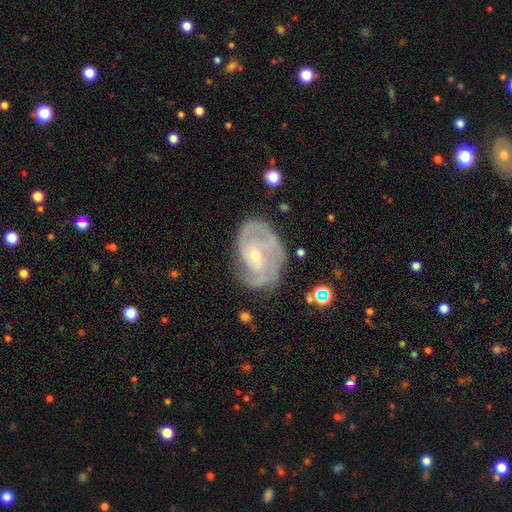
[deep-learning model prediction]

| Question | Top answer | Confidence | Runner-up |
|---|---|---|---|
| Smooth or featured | featured or disk | 82% | smooth (12%) |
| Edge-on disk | no | 96% | yes (4%) |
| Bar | no | 55% | weak (35%) |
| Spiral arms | yes | 90% | no (10%) |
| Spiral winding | tight | 51% | medium (37%) |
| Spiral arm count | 2 | 44% | can't tell (27%) |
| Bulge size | small | 63% | moderate (34%) |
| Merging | none | 63% | minor disturbance (24%) |